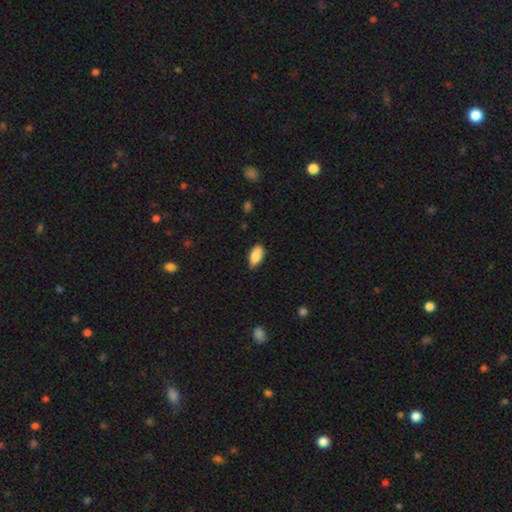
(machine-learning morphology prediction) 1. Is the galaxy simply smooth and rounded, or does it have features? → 87% smooth, 7% star or artifact, 6% featured or disk.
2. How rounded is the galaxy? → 91% in between, 6% cigar-shaped, 3% round.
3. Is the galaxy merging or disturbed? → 79% none, 18% minor disturbance, 2% major disturbance, 1% merger.